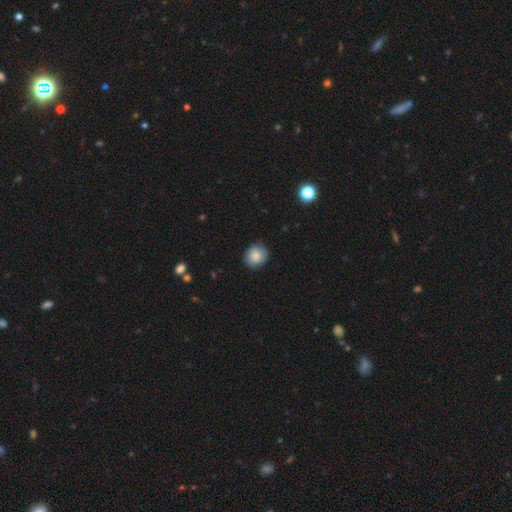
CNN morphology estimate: Smooth or featured?
  - smooth: 84% *
  - featured or disk: 8%
  - star or artifact: 8%
How rounded?
  - round: 82% *
  - in between: 17%
  - cigar-shaped: 1%
Merging?
  - none: 85% *
  - minor disturbance: 12%
  - major disturbance: 2%
  - merger: 1%